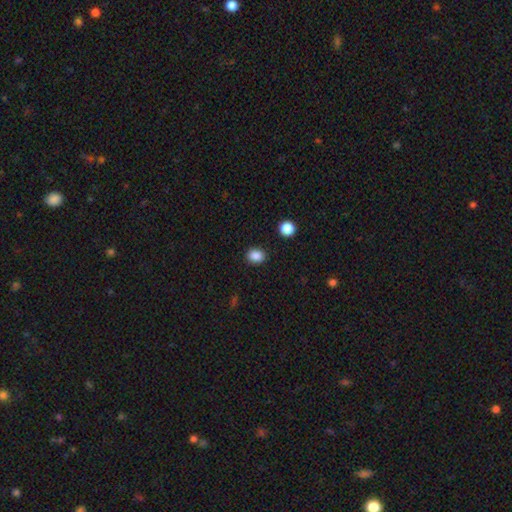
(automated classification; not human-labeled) Q: Smooth or featured?
A: smooth (87%); runner-up: star or artifact (10%)
Q: How rounded?
A: round (52%); runner-up: in between (48%)
Q: Merging?
A: none (89%); runner-up: minor disturbance (7%)